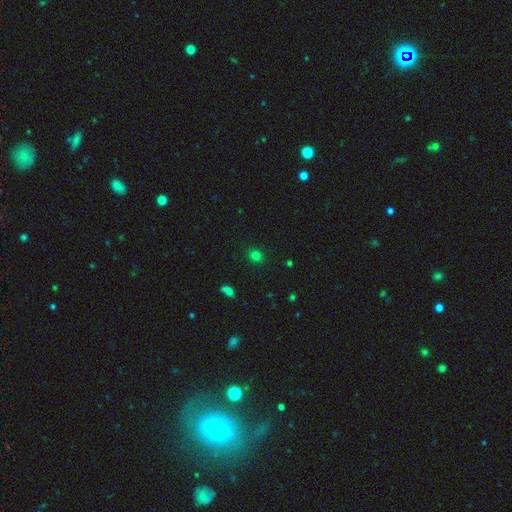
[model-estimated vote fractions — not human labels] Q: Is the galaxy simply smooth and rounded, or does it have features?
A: smooth — 78%.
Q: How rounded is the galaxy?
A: round — 84%.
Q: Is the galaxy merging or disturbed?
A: none — 90%.